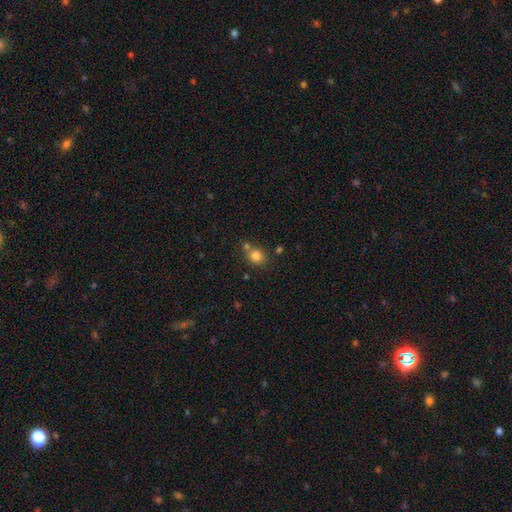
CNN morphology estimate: smooth 81%, star or artifact 12%, featured or disk 7%. Down the decision tree: how rounded — round (77%); merging — none (62%).